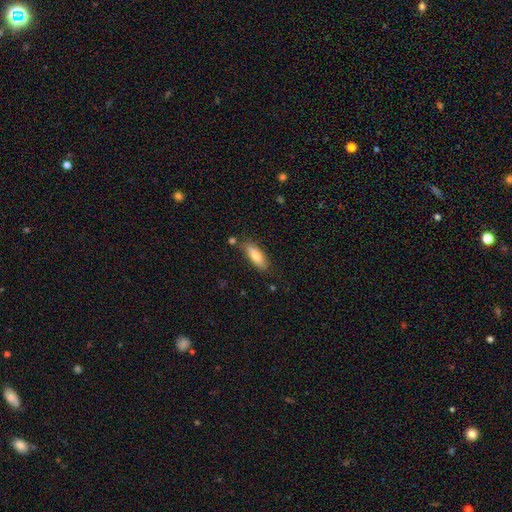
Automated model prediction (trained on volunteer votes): A smooth galaxy with no disk features (76%) that is in between round and cigar-shaped (62%). Merging: none (78%).